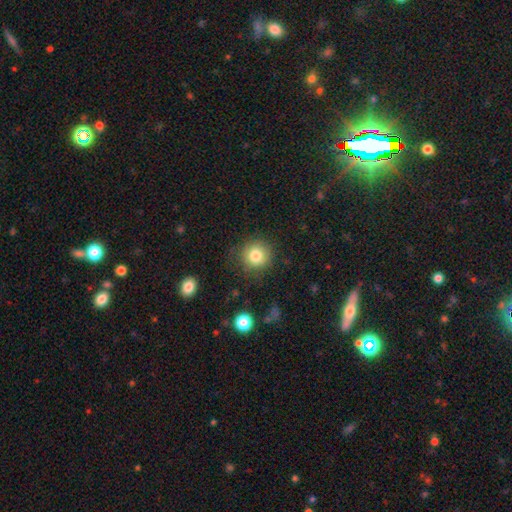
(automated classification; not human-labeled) This appears to be a smooth galaxy with no disk features (81%) that is round (91%). Merging: none (83%).